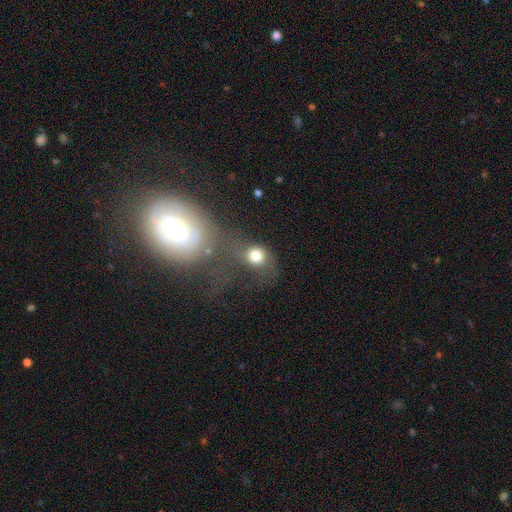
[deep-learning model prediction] Morphology: type=smooth (74%); roundness=round (72%); merging=none (34%).